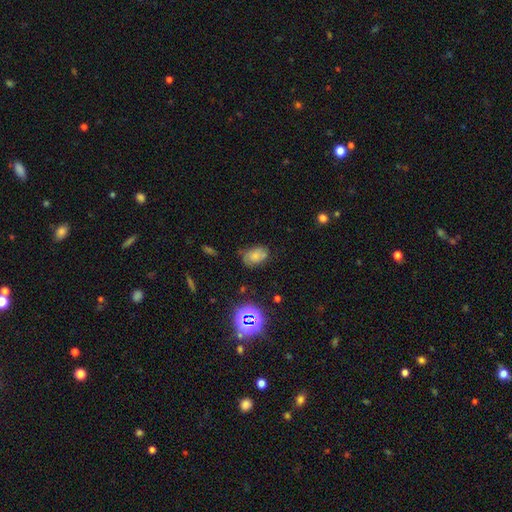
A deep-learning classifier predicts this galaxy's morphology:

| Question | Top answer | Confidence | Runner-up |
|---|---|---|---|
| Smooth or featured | smooth | 66% | star or artifact (18%) |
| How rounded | in between | 84% | round (14%) |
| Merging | none | 61% | minor disturbance (28%) |